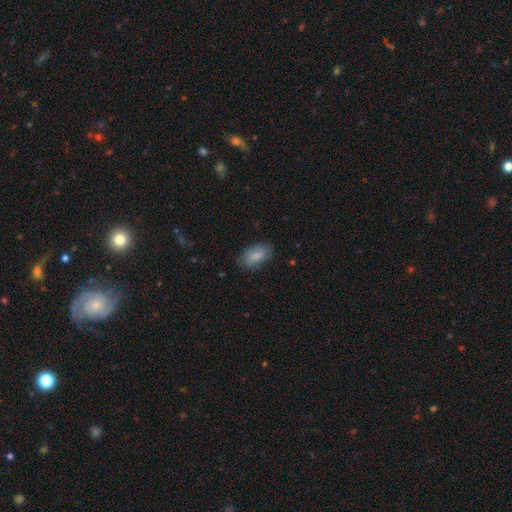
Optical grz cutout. It shows a smooth galaxy with no disk features (79%) that is in between round and cigar-shaped (97%). Merging: none (76%).